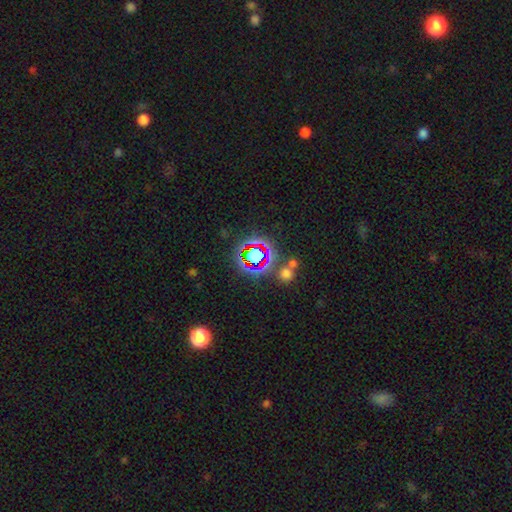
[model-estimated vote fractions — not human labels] Overall: star or artifact (64%).